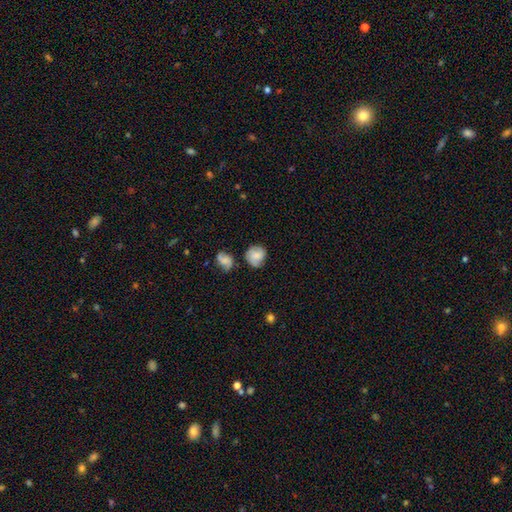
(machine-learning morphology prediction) A smooth galaxy with no disk features (56%) that is round (75%).

Vote fractions:
- Smooth or featured? smooth: 56% / featured or disk: 36% / star or artifact: 8%
- How rounded? round: 75% / in between: 23% / cigar-shaped: 1%
- Merging? none: 62% / minor disturbance: 23% / major disturbance: 7% / merger: 7%